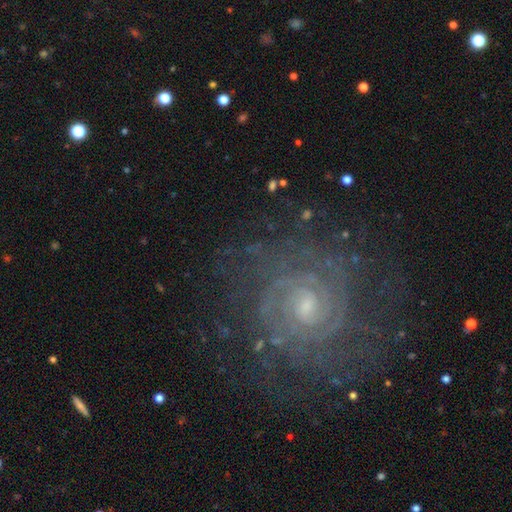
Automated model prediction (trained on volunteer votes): The model was most divided on "spiral arm count": can't tell: 41%, 2: 24%, 3: 12%, 4: 9%, more than 4: 8%, 1: 6%. More confident: edge-on disk — no (97%); spiral arms — yes (94%); smooth or featured — featured or disk (80%); merging — none (79%); spiral winding — tight (73%); bar — no (62%); bulge size — small (60%).